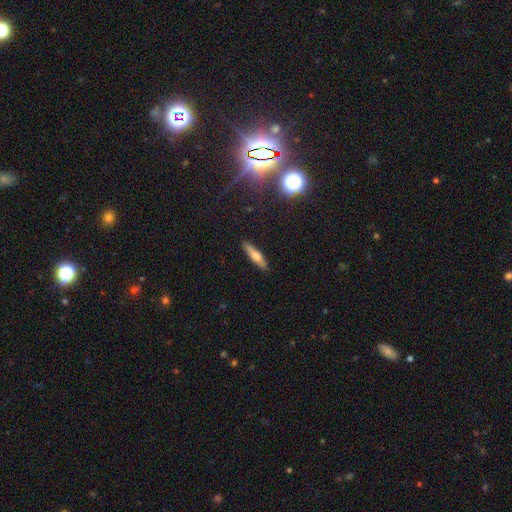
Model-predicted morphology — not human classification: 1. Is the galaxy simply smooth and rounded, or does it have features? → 54% smooth, 38% featured or disk, 8% star or artifact.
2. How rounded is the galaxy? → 81% cigar-shaped, 17% in between, 2% round.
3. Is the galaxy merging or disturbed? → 89% none, 8% minor disturbance, 2% major disturbance, 1% merger.